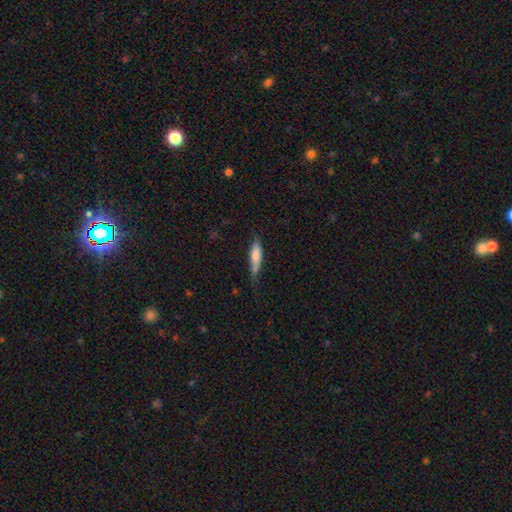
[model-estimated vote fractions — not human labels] smooth_or_featured: smooth (p=0.72) [alt: featured or disk p=0.22]
how_rounded: cigar-shaped (p=0.63) [alt: in between p=0.35]
merging: none (p=0.55) [alt: minor disturbance p=0.32]